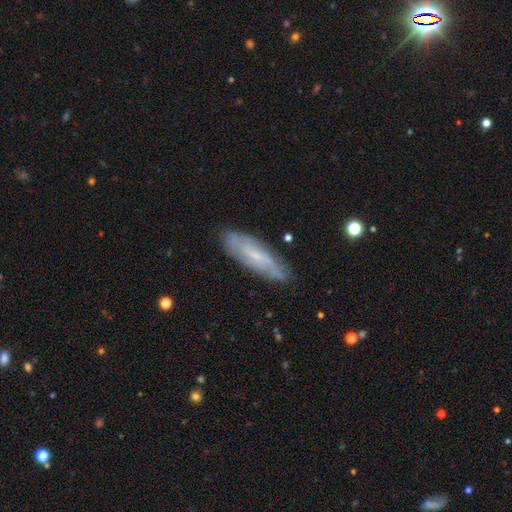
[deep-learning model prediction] The model was most divided on "smooth or featured": featured or disk: 59%, smooth: 34%, star or artifact: 8%. More confident: merging — none (80%); edge-on disk — no (73%).